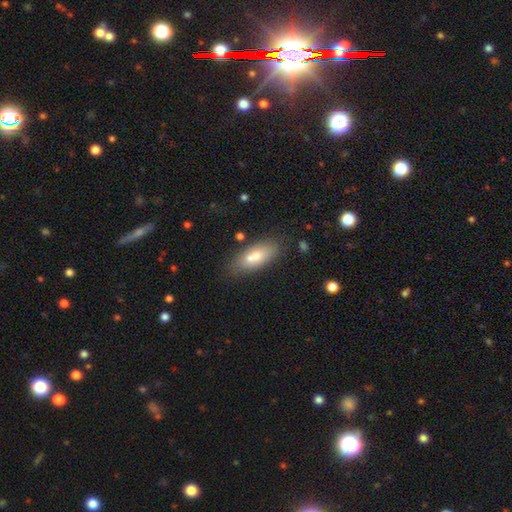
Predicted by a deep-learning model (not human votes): Smooth or featured: smooth — 67% (featured or disk — 24%)
How rounded: in between — 75% (cigar-shaped — 21%)
Merging: none — 74% (minor disturbance — 13%)